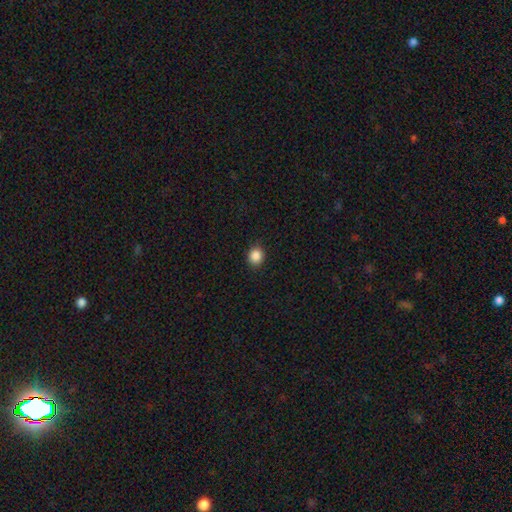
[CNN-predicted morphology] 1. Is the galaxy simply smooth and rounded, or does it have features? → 87% smooth, 10% star or artifact, 3% featured or disk.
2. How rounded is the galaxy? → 78% round, 22% in between, 1% cigar-shaped.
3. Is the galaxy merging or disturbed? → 88% none, 9% minor disturbance, 2% major disturbance, 1% merger.